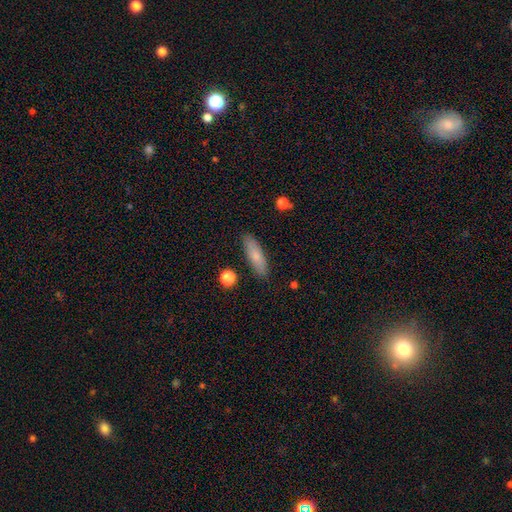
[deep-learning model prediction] A smooth galaxy with no disk features (77%) that is cigar-shaped (54%).

Vote fractions:
- Smooth or featured? smooth: 77% / featured or disk: 17% / star or artifact: 7%
- How rounded? cigar-shaped: 54% / in between: 44% / round: 2%
- Merging? none: 87% / minor disturbance: 10% / major disturbance: 2% / merger: 2%